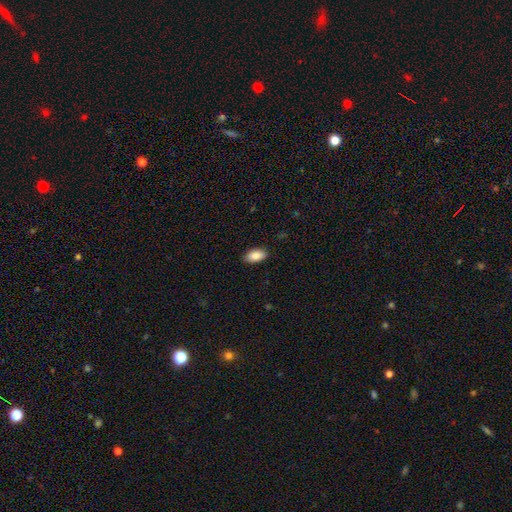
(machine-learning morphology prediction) smooth 86%, star or artifact 7%, featured or disk 7%. Down the decision tree: how rounded — in between (93%); merging — none (88%).